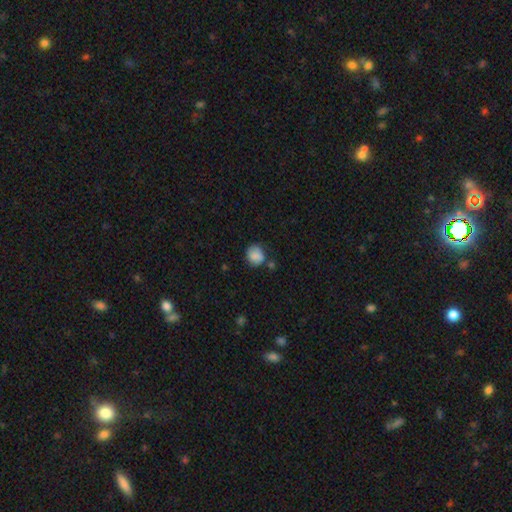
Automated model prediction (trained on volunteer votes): Smooth or featured? Predicted: smooth (p=0.81). How rounded? Predicted: round (p=0.75). Merging? Predicted: none (p=0.62).